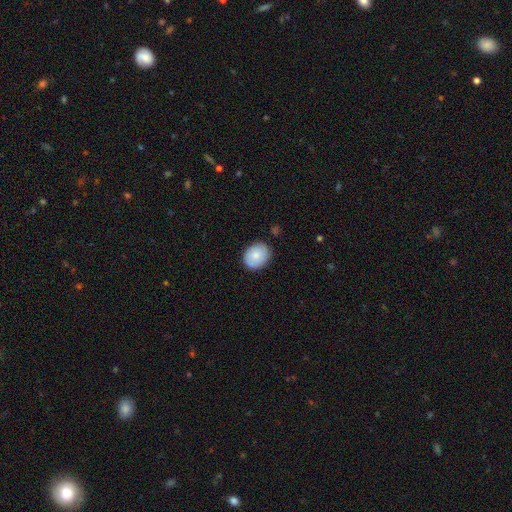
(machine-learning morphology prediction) Smooth or featured: smooth — 80% (featured or disk — 14%)
How rounded: in between — 50% (round — 49%)
Merging: none — 82% (minor disturbance — 14%)